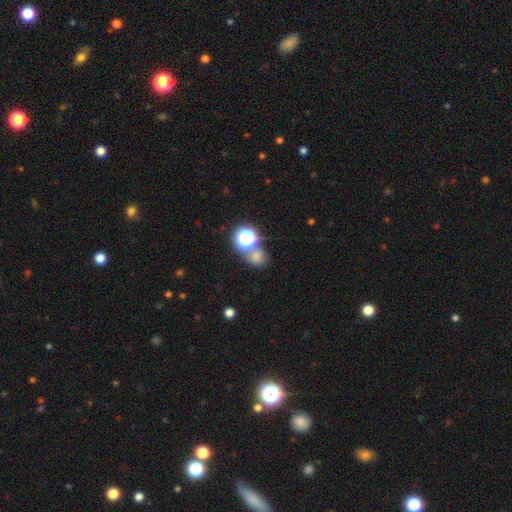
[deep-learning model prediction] Q: Smooth or featured?
A: smooth (63%); runner-up: star or artifact (28%)
Q: How rounded?
A: round (69%); runner-up: in between (30%)
Q: Merging?
A: none (52%); runner-up: merger (30%)